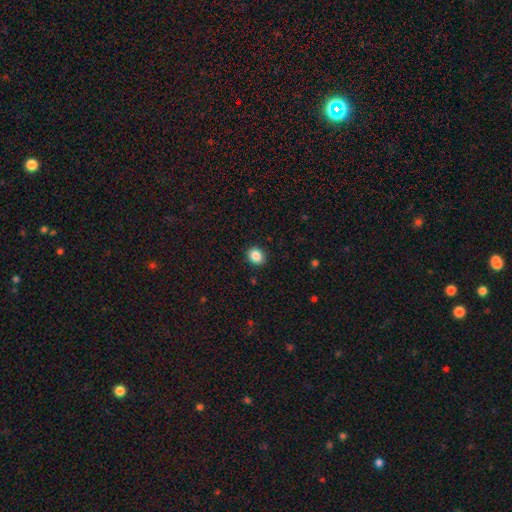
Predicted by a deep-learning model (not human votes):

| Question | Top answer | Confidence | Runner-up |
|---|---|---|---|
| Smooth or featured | smooth | 87% | star or artifact (9%) |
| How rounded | round | 60% | in between (39%) |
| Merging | none | 91% | minor disturbance (7%) |